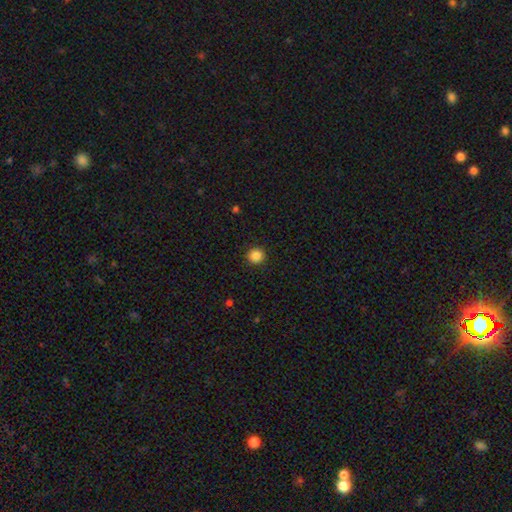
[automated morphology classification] This is clearly a smooth galaxy (86%). How rounded: clearly round (93%). Merging: clearly none (92%).